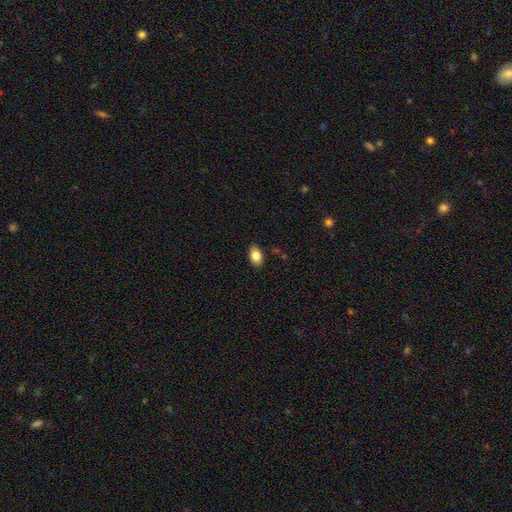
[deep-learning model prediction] Smooth or featured?
  - smooth: 85% *
  - star or artifact: 8%
  - featured or disk: 7%
How rounded?
  - in between: 89% *
  - round: 9%
  - cigar-shaped: 2%
Merging?
  - none: 87% *
  - minor disturbance: 9%
  - major disturbance: 2%
  - merger: 1%